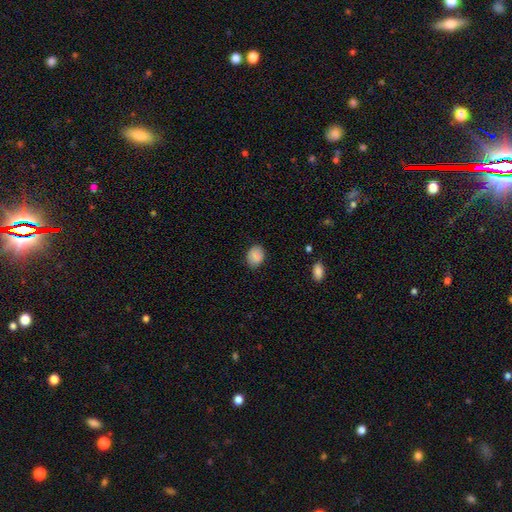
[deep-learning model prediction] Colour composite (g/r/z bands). It shows a smooth galaxy with no disk features (85%) that is in between round and cigar-shaped (53%). Merging: none (84%).